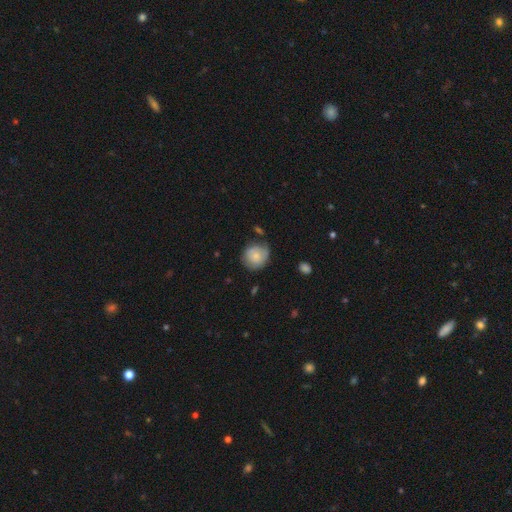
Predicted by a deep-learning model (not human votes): Smooth or featured?
  - smooth: 74% *
  - featured or disk: 19%
  - star or artifact: 7%
How rounded?
  - round: 83% *
  - in between: 16%
  - cigar-shaped: 1%
Merging?
  - none: 61% *
  - minor disturbance: 28%
  - major disturbance: 8%
  - merger: 3%